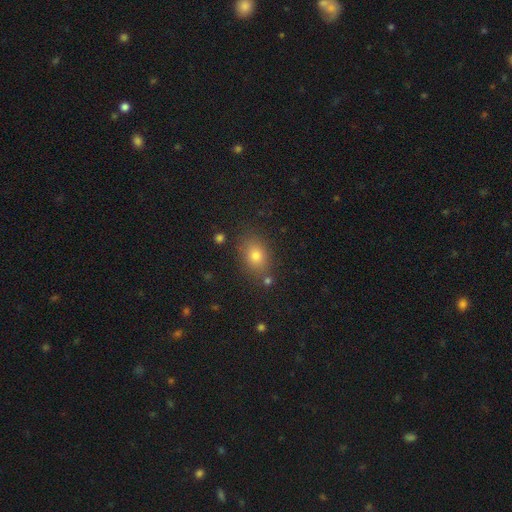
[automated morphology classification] Smooth or featured? Predicted: smooth (p=0.77). How rounded? Predicted: in between (p=0.67). Merging? Predicted: none (p=0.80).